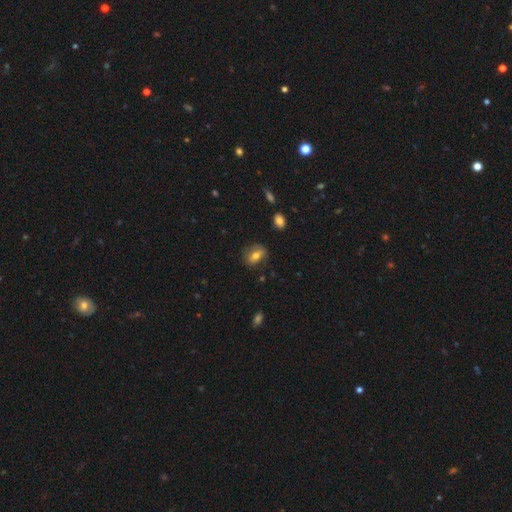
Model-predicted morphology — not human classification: This is likely a smooth galaxy (65%). How rounded: likely in between (68%). Merging: likely none (73%).